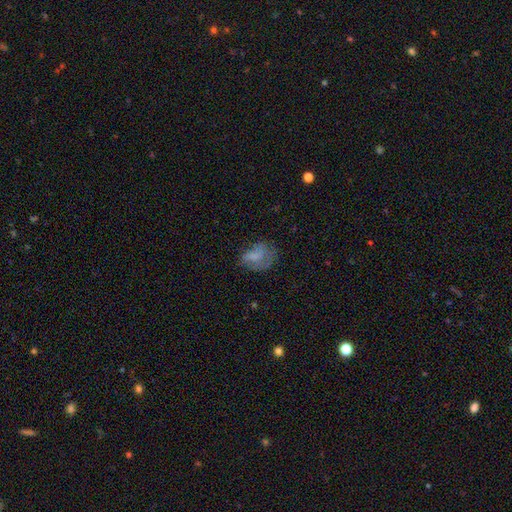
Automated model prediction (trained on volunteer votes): Morphology: type=smooth (60%); roundness=in between (74%); merging=none (39%).